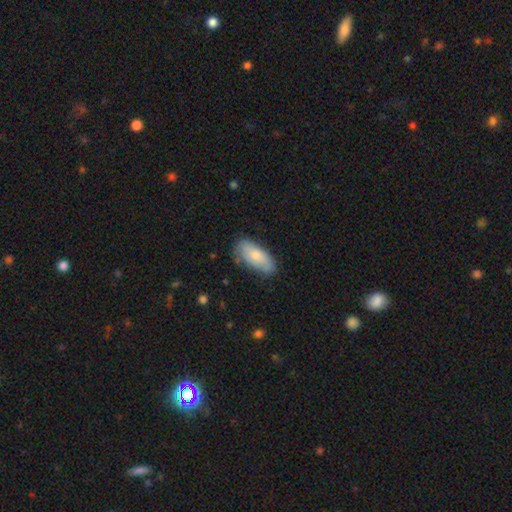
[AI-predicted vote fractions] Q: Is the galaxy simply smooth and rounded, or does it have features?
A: smooth — 76%.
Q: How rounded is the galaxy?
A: in between — 87%.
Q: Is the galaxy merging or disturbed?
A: none — 72%.